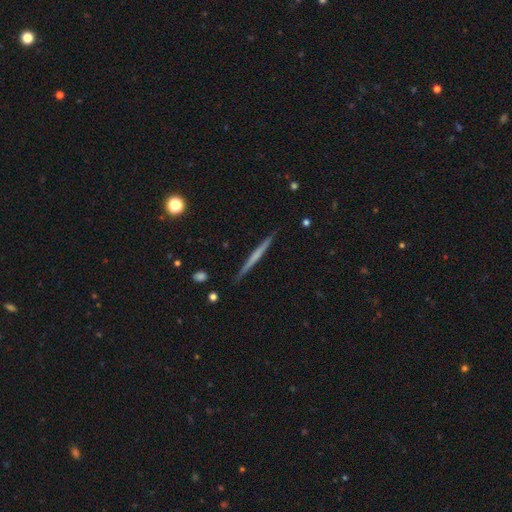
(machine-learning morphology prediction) smooth_or_featured: featured or disk (p=0.51) [alt: smooth p=0.44]
disk_edge_on: yes (p=0.98) [alt: no p=0.02]
merging: none (p=0.91) [alt: minor disturbance p=0.07]